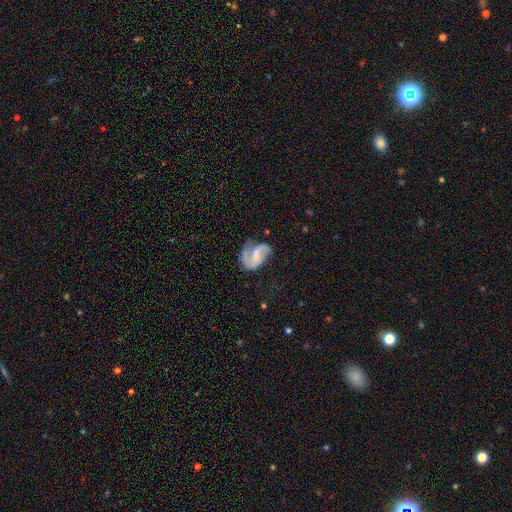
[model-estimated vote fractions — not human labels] Smooth or featured? featured or disk (71%)
Edge-on disk? no (98%)
Bar? weak (46%)
Spiral arms? yes (88%)
Spiral winding? medium (43%)
Spiral arm count? 2 (74%)
Bulge size? none (41%)
Merging? none (44%)